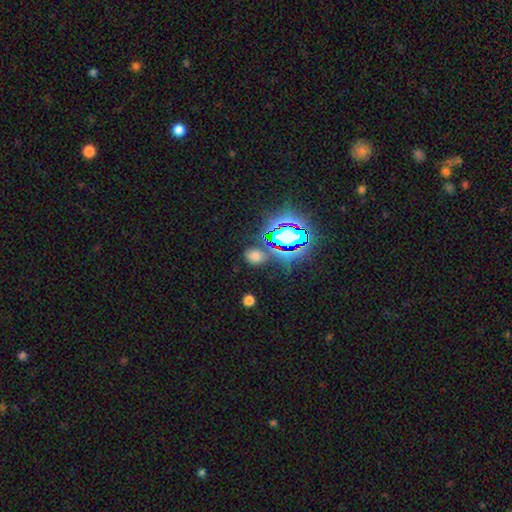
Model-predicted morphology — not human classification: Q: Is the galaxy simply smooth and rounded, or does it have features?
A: smooth — 54%.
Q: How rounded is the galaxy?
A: in between — 49%, tied with round.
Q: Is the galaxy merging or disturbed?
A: none — 73%.